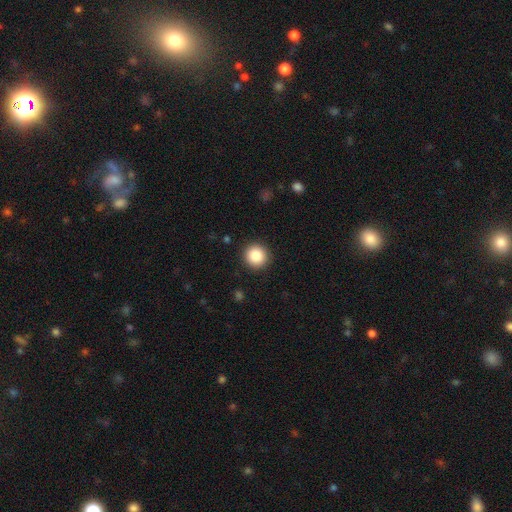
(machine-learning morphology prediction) A smooth galaxy with no disk features (87%) that is round (94%).

Vote fractions:
- Smooth or featured? smooth: 87% / star or artifact: 9% / featured or disk: 4%
- How rounded? round: 94% / in between: 5% / cigar-shaped: 1%
- Merging? none: 91% / minor disturbance: 6% / major disturbance: 2% / merger: 1%